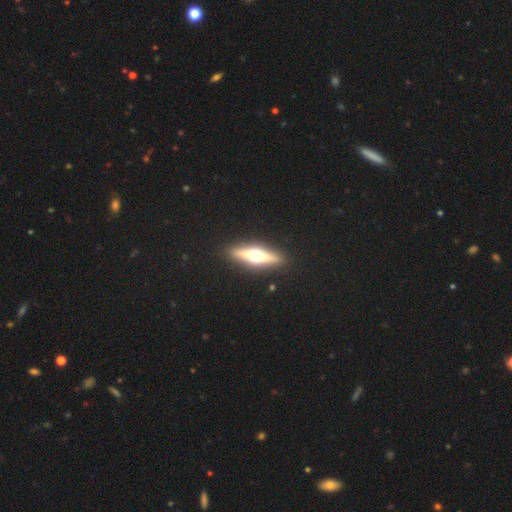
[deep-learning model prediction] Smooth or featured? featured or disk (72%)
Edge-on disk? yes (96%)
Edge-on bulge? rounded (96%)
Merging? none (91%)